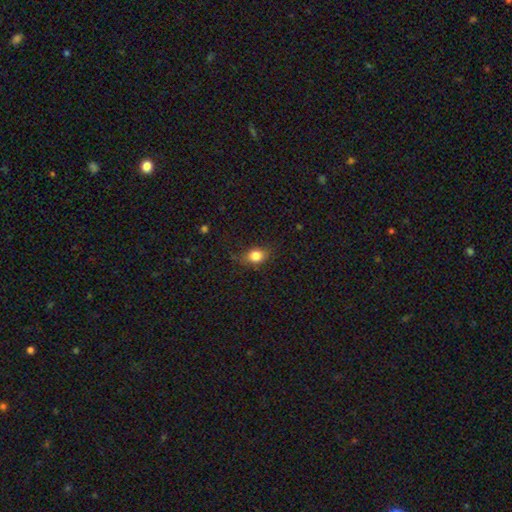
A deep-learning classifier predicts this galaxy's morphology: smooth_or_featured: smooth (p=0.81) [alt: star or artifact p=0.11]
how_rounded: in between (p=0.56) [alt: round p=0.42]
merging: none (p=0.73) [alt: minor disturbance p=0.20]